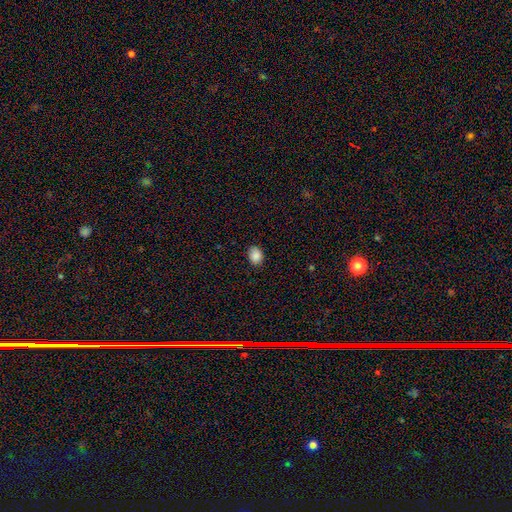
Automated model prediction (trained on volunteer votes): Q: Smooth or featured?
A: smooth (88%); runner-up: star or artifact (9%)
Q: How rounded?
A: in between (65%); runner-up: round (34%)
Q: Merging?
A: none (85%); runner-up: minor disturbance (11%)